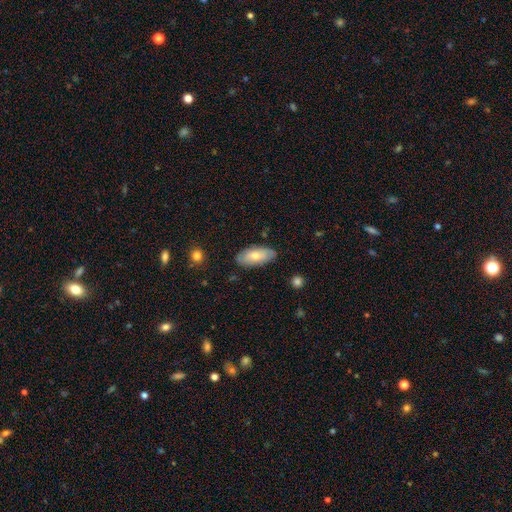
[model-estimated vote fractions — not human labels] Morphology: type=smooth (71%); roundness=in between (88%); merging=none (83%).